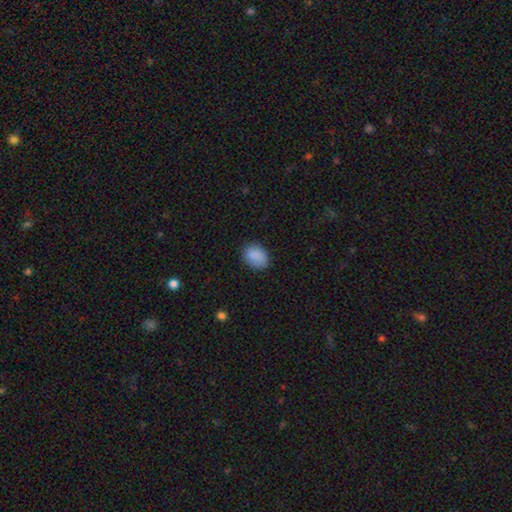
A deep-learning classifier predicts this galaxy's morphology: This is clearly a smooth galaxy (88%). How rounded: likely in between (66%). Merging: likely none (79%).